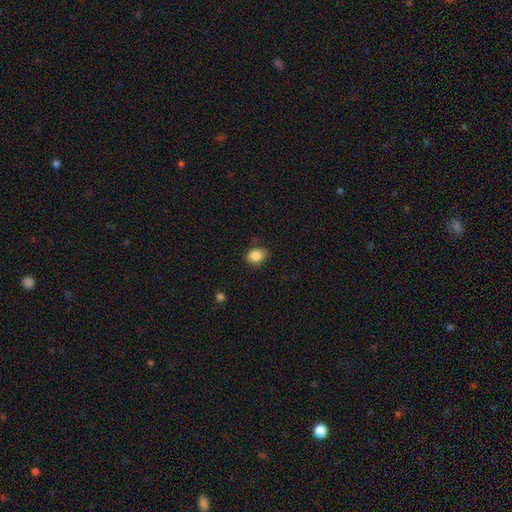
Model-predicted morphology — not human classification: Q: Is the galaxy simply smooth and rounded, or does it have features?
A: smooth — 85%.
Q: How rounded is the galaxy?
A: in between — 53%.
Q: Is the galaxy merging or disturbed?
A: none — 80%.